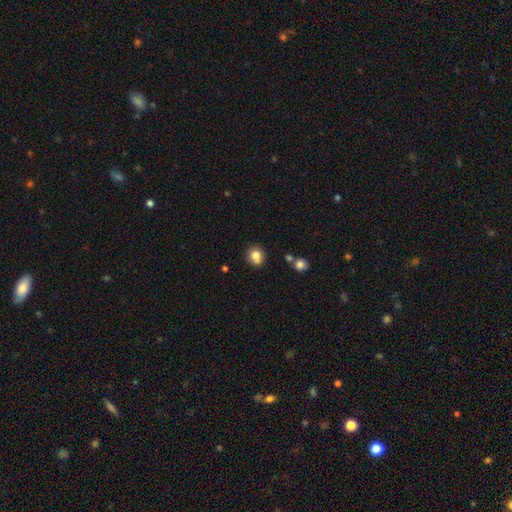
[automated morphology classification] A smooth galaxy with no disk features (80%) that is round (76%). Merging: none (70%).